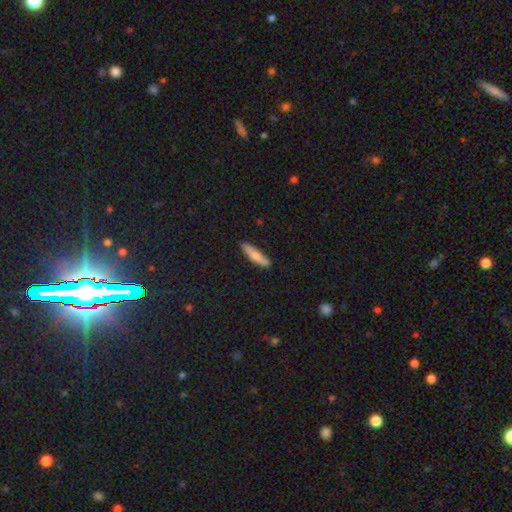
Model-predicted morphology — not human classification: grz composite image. It shows a smooth galaxy with no disk features (79%) that is cigar-shaped (76%). Merging: none (86%).